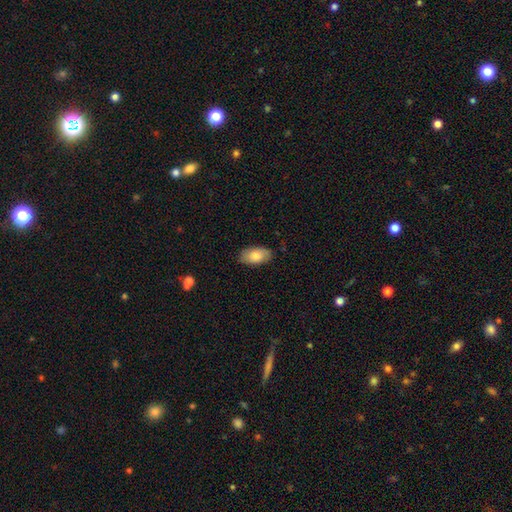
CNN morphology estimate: Smooth or featured?
  - smooth: 84% *
  - featured or disk: 10%
  - star or artifact: 6%
How rounded?
  - in between: 95% *
  - round: 3%
  - cigar-shaped: 2%
Merging?
  - none: 83% *
  - minor disturbance: 13%
  - major disturbance: 3%
  - merger: 1%